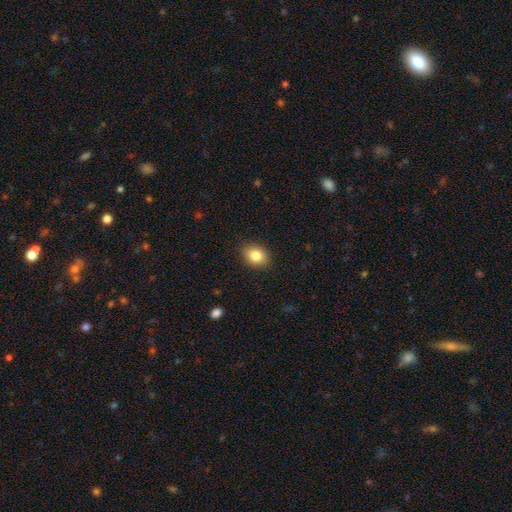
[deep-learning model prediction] Morphology: type=smooth (85%); roundness=in between (58%); merging=none (87%).